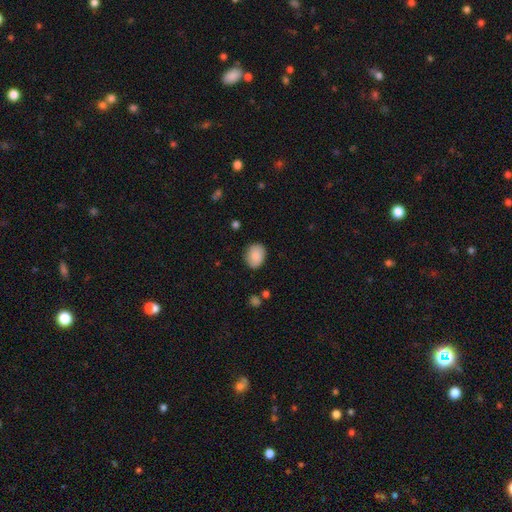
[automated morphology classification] Overall: smooth (84%). How rounded: in between (51%; round 48%). Merging: none (84%).